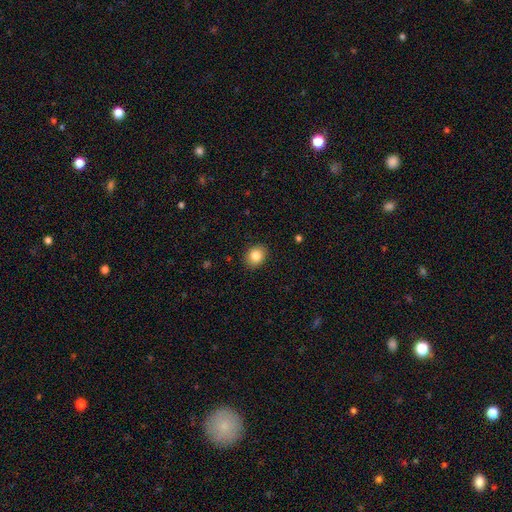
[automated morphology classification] This is clearly a smooth galaxy (84%). How rounded: possibly round (56%). Merging: clearly none (90%).